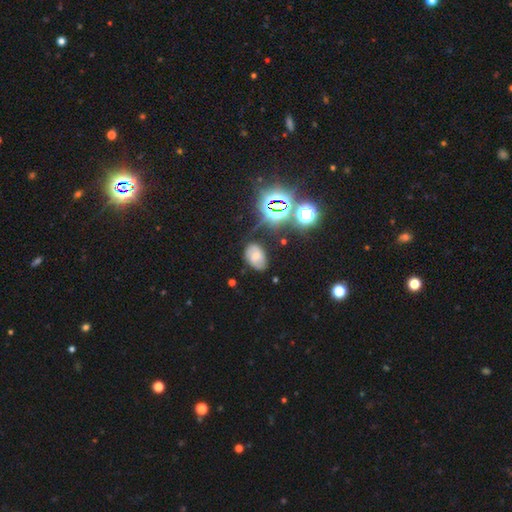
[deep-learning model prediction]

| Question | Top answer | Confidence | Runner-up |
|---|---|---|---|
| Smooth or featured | smooth | 42% | featured or disk (37%) |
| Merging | none | 66% | minor disturbance (24%) |